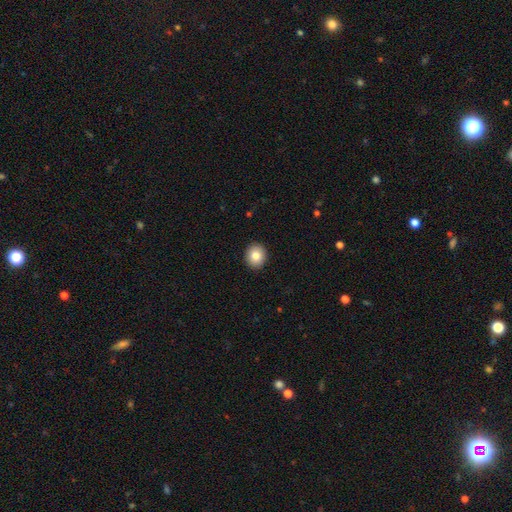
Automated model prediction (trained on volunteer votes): smooth 83%, star or artifact 9%, featured or disk 8%. Down the decision tree: how rounded — round (77%); merging — none (92%).